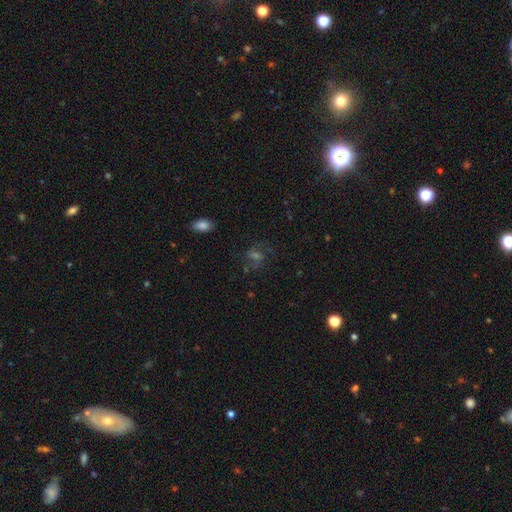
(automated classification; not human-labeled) This is possibly a featured or disk galaxy (55%). It is clearly not viewed edge-on (96%). Bar: possibly weak (48%). Spiral arm pattern: clearly yes (87%). Central bulge: marginally small (38%). Merging: likely none (71%).